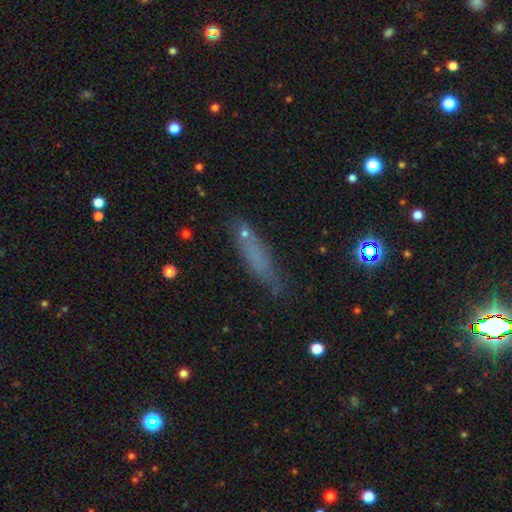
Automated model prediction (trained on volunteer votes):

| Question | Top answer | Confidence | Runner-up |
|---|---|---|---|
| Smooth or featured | smooth | 66% | featured or disk (19%) |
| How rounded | cigar-shaped | 77% | in between (20%) |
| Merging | none | 71% | minor disturbance (19%) |